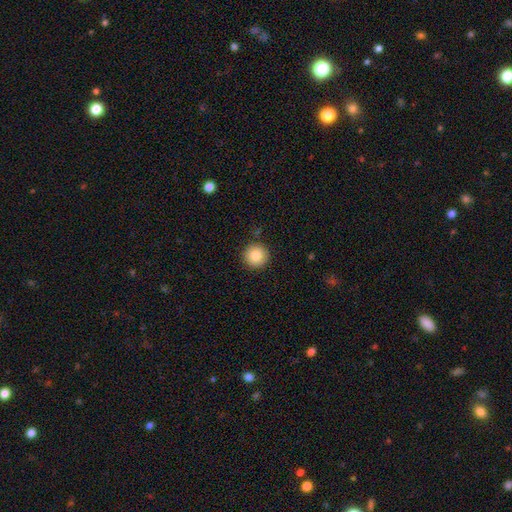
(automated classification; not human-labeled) Overall: smooth (86%). How rounded: round (96%). Merging: none (91%).